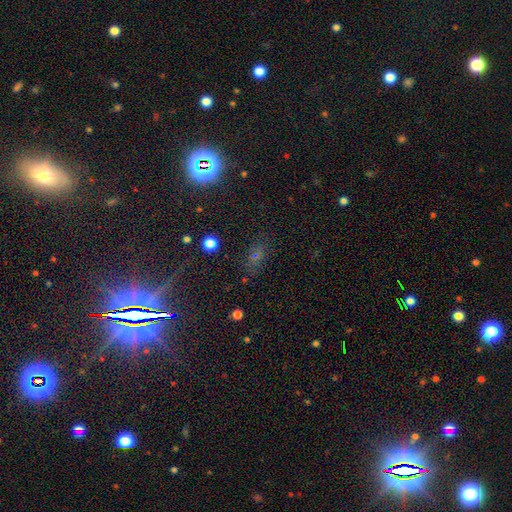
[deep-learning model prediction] Smooth or featured? star or artifact (49%)